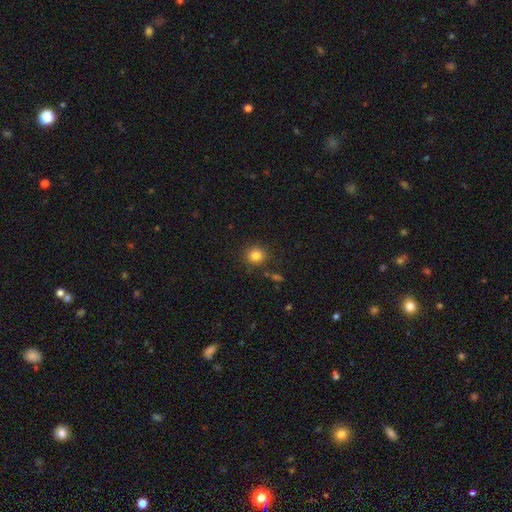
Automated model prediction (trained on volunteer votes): This is clearly a smooth galaxy (83%). How rounded: clearly round (87%). Merging: clearly none (86%).